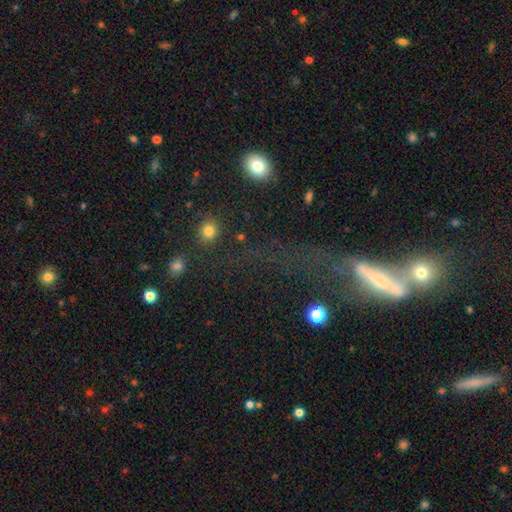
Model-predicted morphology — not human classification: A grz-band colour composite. It shows a smooth galaxy with no disk features (47%). Merging: none (33%).